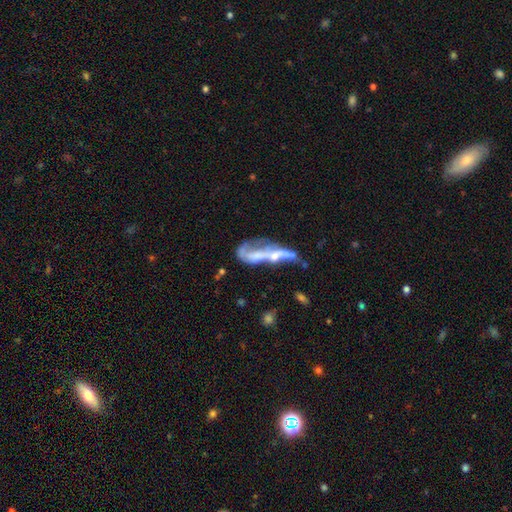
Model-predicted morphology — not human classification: Overall: featured or disk (62%; smooth 28%). Edge-on disk: no (83%). Bar: no (72%). Spiral arms: no (71%). Bulge size: none (37%; moderate 28%). Merging: merger (36%; major disturbance 35%).